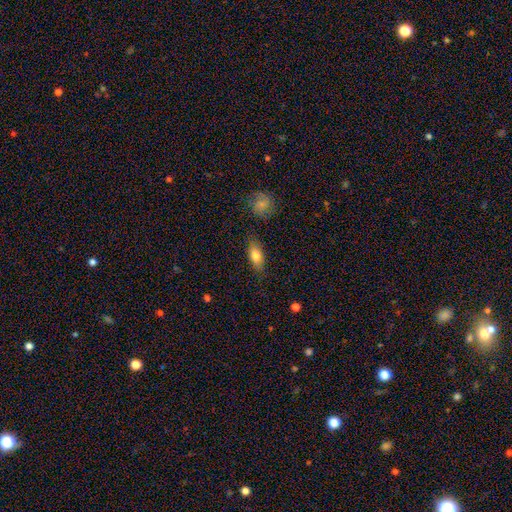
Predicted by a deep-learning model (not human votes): smooth 78%, featured or disk 15%, star or artifact 7%. Down the decision tree: how rounded — in between (80%); merging — none (82%).